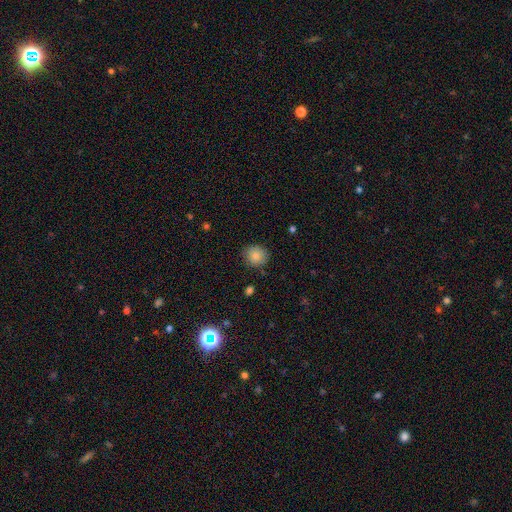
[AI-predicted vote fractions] A smooth galaxy with no disk features (82%) that is round (84%). Merging: none (85%).